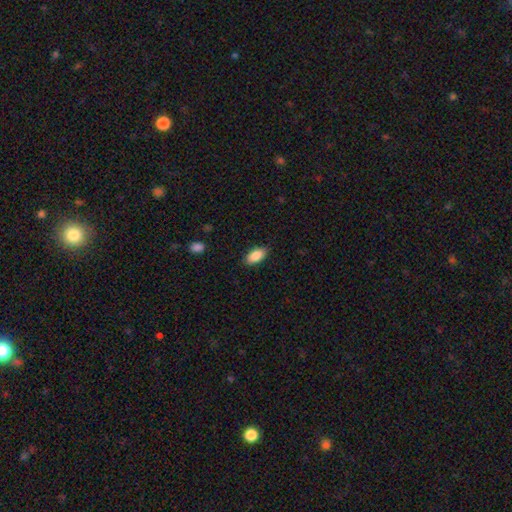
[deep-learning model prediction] A smooth galaxy with no disk features (89%) that is in between round and cigar-shaped (92%). Merging: none (87%).